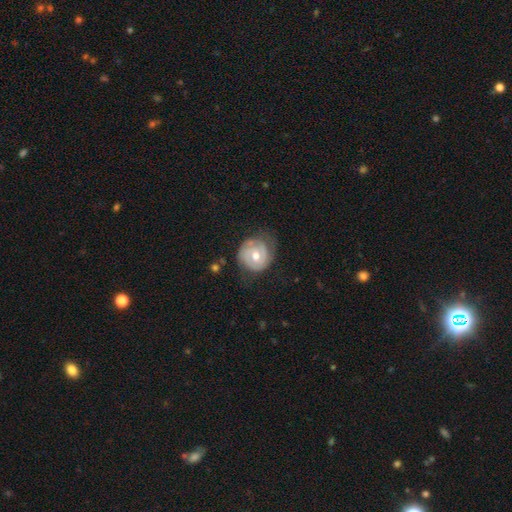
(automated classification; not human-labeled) Overall: featured or disk (64%; smooth 30%). Edge-on disk: no (97%). Bar: no (72%). Spiral arms: yes (80%). Bulge size: moderate (75%). Merging: none (60%; minor disturbance 26%).